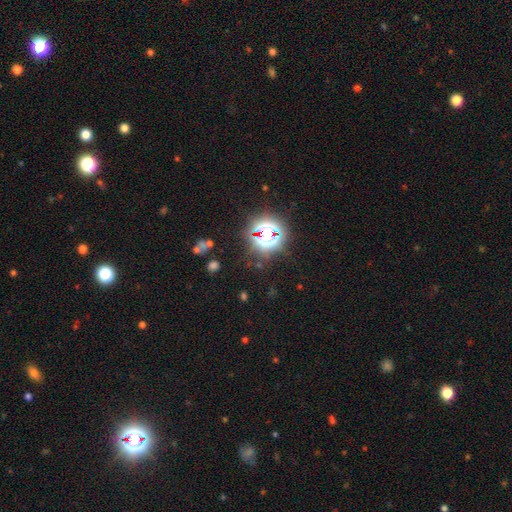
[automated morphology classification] Q: Smooth or featured?
A: star or artifact (78%); runner-up: smooth (15%)